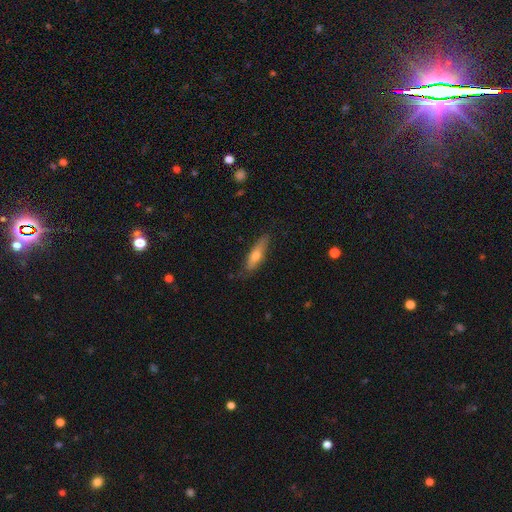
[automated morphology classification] smooth-or-featured: smooth: 57% | featured or disk: 37% | star or artifact: 6%
  how-rounded: cigar-shaped: 71% | in between: 27% | round: 2%
  merging: none: 79% | minor disturbance: 17% | major disturbance: 3% | merger: 1%